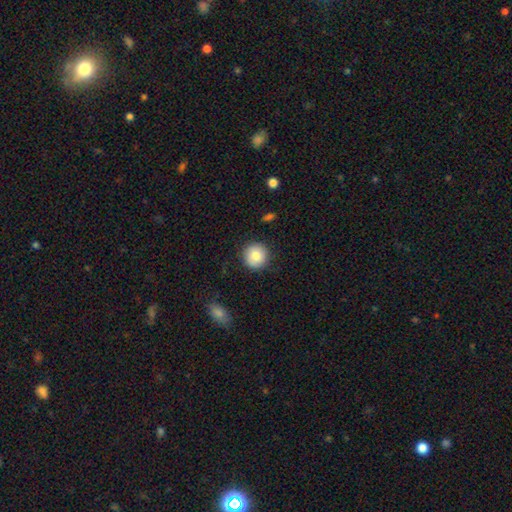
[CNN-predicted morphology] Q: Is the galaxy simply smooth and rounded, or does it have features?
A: smooth — 80%.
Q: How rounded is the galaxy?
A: round — 94%.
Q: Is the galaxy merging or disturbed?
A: none — 88%.